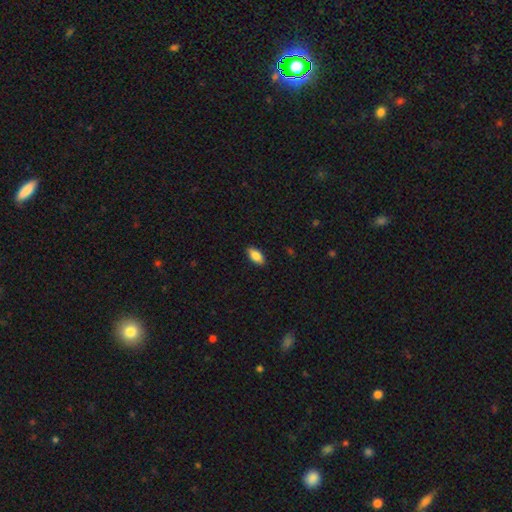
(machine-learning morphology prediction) The model was most divided on "smooth or featured": smooth: 84%, featured or disk: 10%, star or artifact: 7%. More confident: merging — none (88%); how rounded — in between (88%).